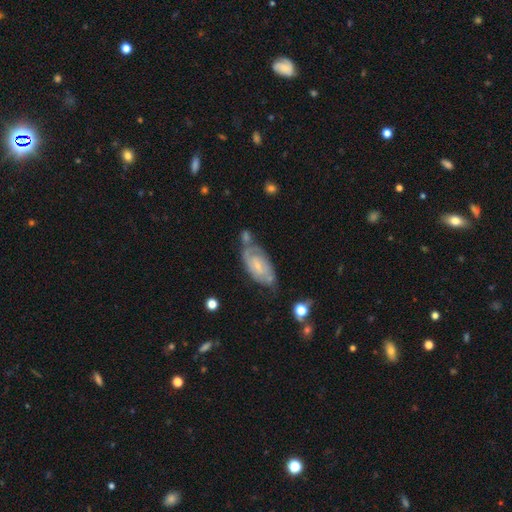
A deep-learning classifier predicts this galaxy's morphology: Smooth or featured?
  - featured or disk: 45% *
  - smooth: 35%
  - star or artifact: 20%
Merging?
  - none: 65% *
  - minor disturbance: 20%
  - major disturbance: 8%
  - merger: 7%